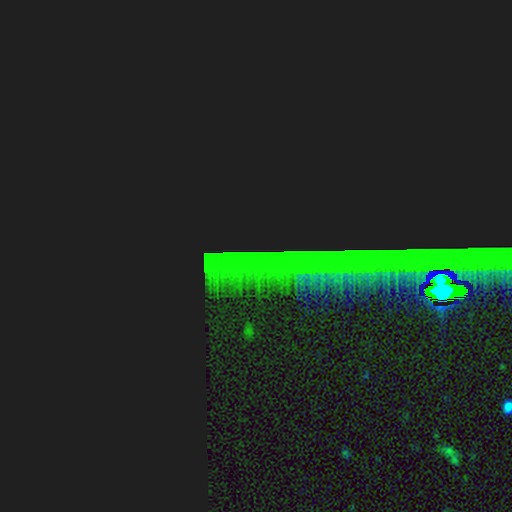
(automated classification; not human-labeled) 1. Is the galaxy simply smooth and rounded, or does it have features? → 83% star or artifact, 9% featured or disk, 8% smooth.